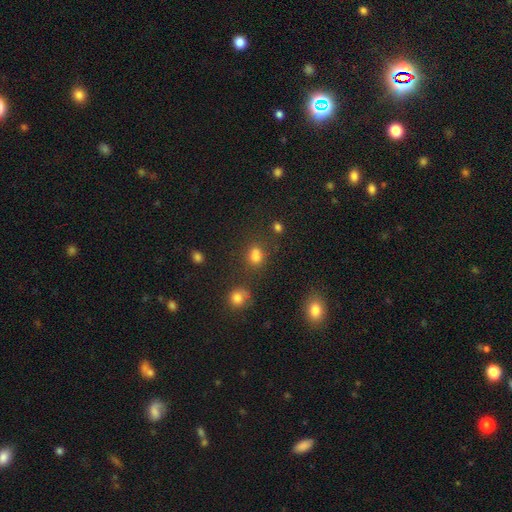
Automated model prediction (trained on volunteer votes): Q: Smooth or featured?
A: smooth (74%); runner-up: star or artifact (18%)
Q: How rounded?
A: round (52%); runner-up: in between (46%)
Q: Merging?
A: none (54%); runner-up: merger (25%)